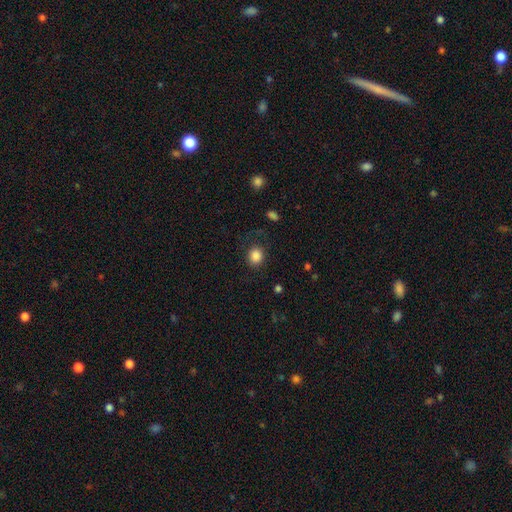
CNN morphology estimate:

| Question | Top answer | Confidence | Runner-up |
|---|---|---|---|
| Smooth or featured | smooth | 86% | star or artifact (10%) |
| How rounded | round | 74% | in between (25%) |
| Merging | none | 80% | minor disturbance (12%) |